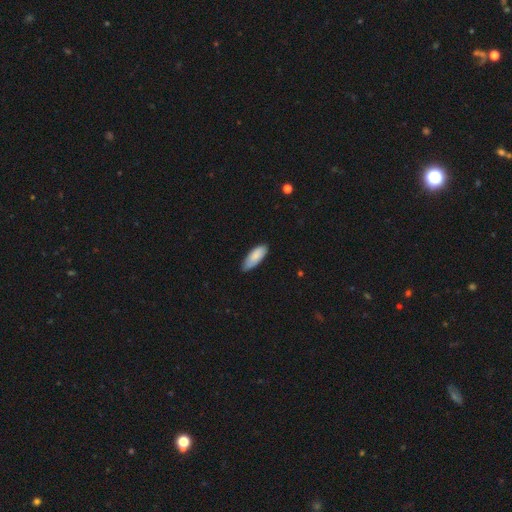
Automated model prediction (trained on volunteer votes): smooth-or-featured: smooth: 84% | featured or disk: 10% | star or artifact: 6%
  how-rounded: in between: 75% | cigar-shaped: 23% | round: 1%
  merging: none: 75% | minor disturbance: 21% | major disturbance: 3% | merger: 1%